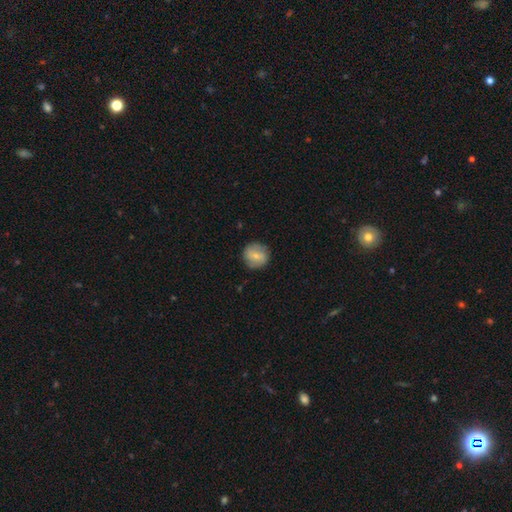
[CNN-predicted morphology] smooth_or_featured: smooth (p=0.66) [alt: featured or disk p=0.27]
how_rounded: round (p=0.90) [alt: in between p=0.09]
merging: none (p=0.84) [alt: minor disturbance p=0.12]